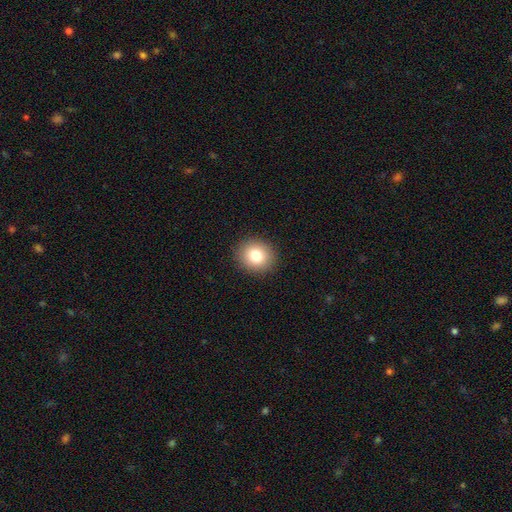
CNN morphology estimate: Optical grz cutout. It shows a smooth galaxy with no disk features (80%) that is round (80%). Merging: none (91%).